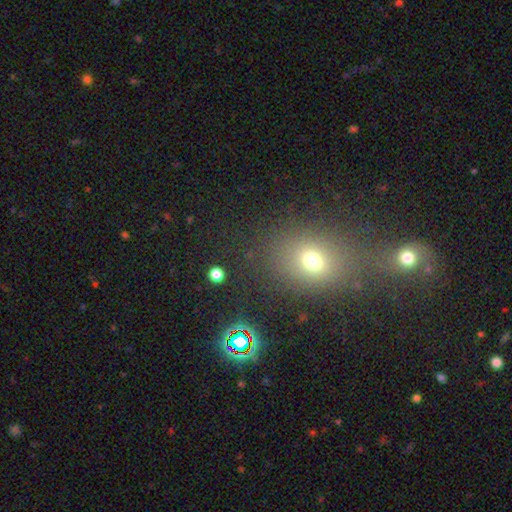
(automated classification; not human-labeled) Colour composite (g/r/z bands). It shows a smooth galaxy with no disk features (52%) that is round (57%). Merging: none (61%).